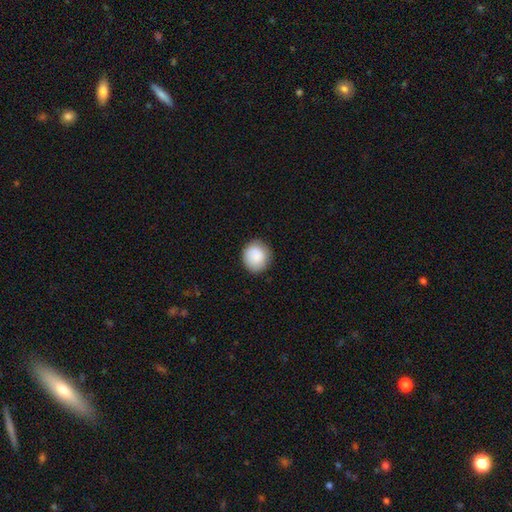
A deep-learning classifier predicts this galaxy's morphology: Smooth or featured? Predicted: smooth (p=0.87). How rounded? Predicted: round (p=0.86). Merging? Predicted: none (p=0.84).